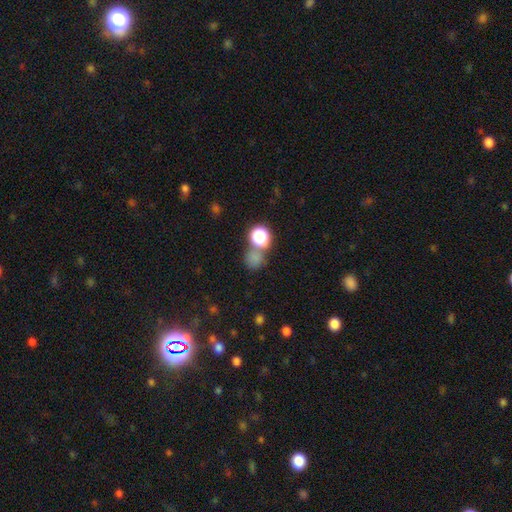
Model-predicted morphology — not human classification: A smooth galaxy with no disk features (69%) that is round (80%). Merging: none (58%).